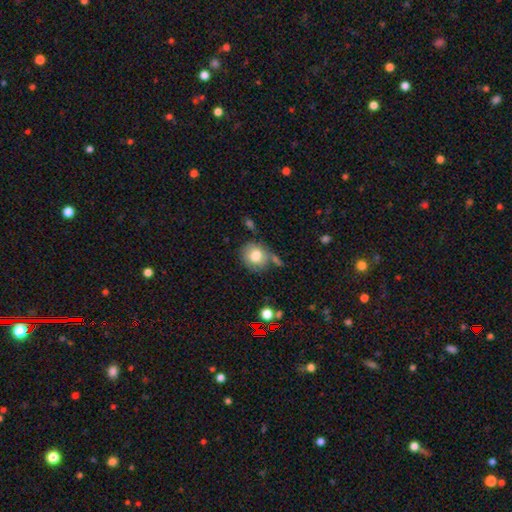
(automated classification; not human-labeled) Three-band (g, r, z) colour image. It shows a smooth galaxy with no disk features (77%) that is round (79%). Merging: none (66%).